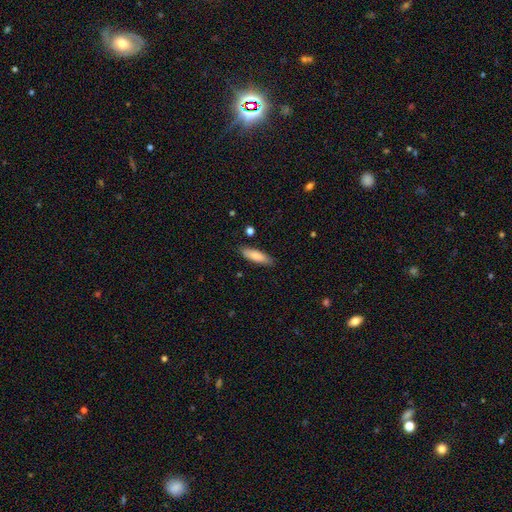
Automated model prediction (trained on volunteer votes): smooth 81%, featured or disk 13%, star or artifact 6%. Down the decision tree: how rounded — cigar-shaped (58%); merging — none (86%).